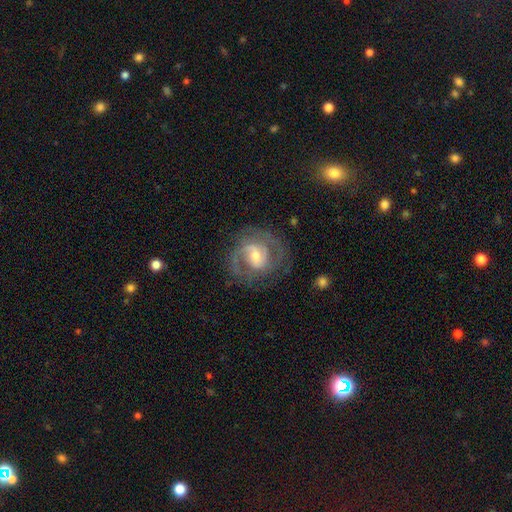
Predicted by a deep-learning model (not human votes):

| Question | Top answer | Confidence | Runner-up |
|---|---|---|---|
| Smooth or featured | featured or disk | 82% | smooth (11%) |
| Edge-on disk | no | 97% | yes (3%) |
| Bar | weak | 51% | no (29%) |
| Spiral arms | yes | 92% | no (8%) |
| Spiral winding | medium | 45% | tight (42%) |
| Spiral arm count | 2 | 60% | can't tell (18%) |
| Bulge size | moderate | 52% | small (41%) |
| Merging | none | 72% | minor disturbance (16%) |